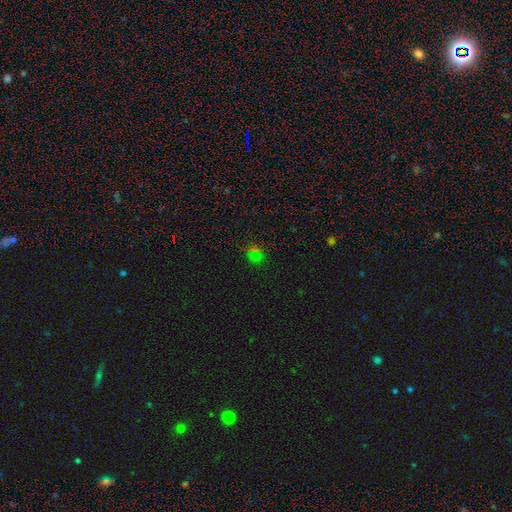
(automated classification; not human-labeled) This is possibly a star or artifact rather than a galaxy (48%).